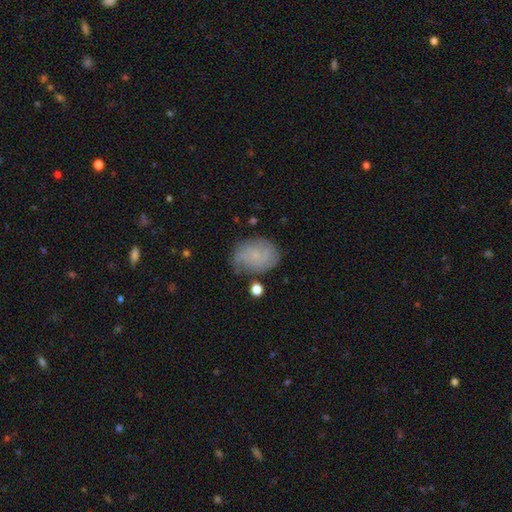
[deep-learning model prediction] featured or disk 49%, smooth 41%, star or artifact 10%. Down the decision tree: merging — none (65%).